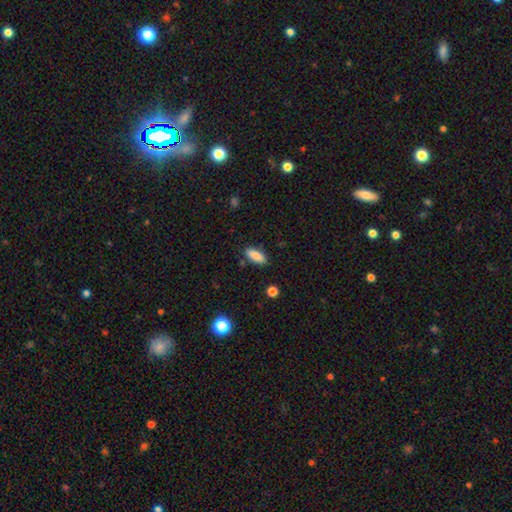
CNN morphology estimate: This appears to be a smooth galaxy with no disk features (84%) that is in between round and cigar-shaped (81%). Merging: none (84%).